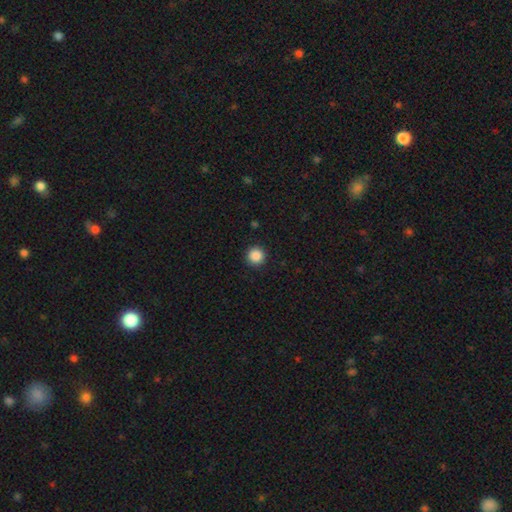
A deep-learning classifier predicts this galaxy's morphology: Smooth or featured?
  - smooth: 88% *
  - star or artifact: 10%
  - featured or disk: 2%
How rounded?
  - round: 96% *
  - in between: 3%
  - cigar-shaped: 1%
Merging?
  - none: 93% *
  - minor disturbance: 5%
  - major disturbance: 2%
  - merger: 1%